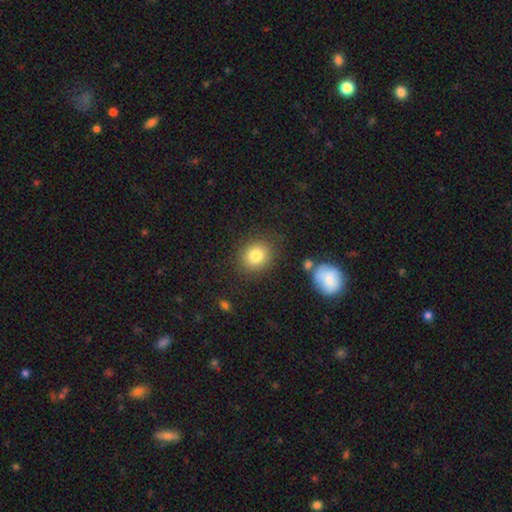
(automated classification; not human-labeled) smooth-or-featured: smooth: 81% | star or artifact: 11% | featured or disk: 8%
  how-rounded: round: 76% | in between: 23% | cigar-shaped: 1%
  merging: none: 84% | minor disturbance: 10% | major disturbance: 3% | merger: 3%